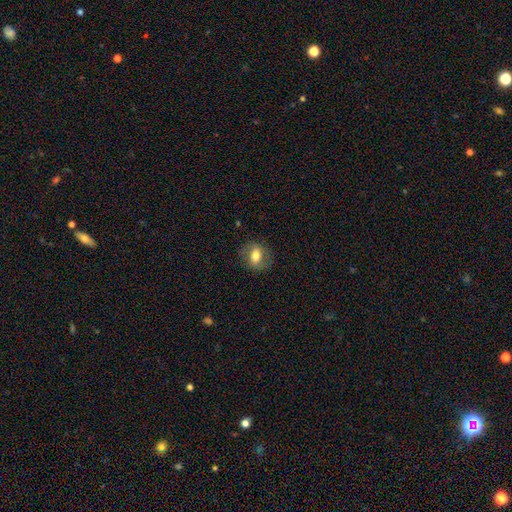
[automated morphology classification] smooth-or-featured: smooth: 65% | featured or disk: 26% | star or artifact: 9%
  how-rounded: in between: 57% | round: 41% | cigar-shaped: 2%
  merging: none: 79% | minor disturbance: 14% | major disturbance: 6% | merger: 1%